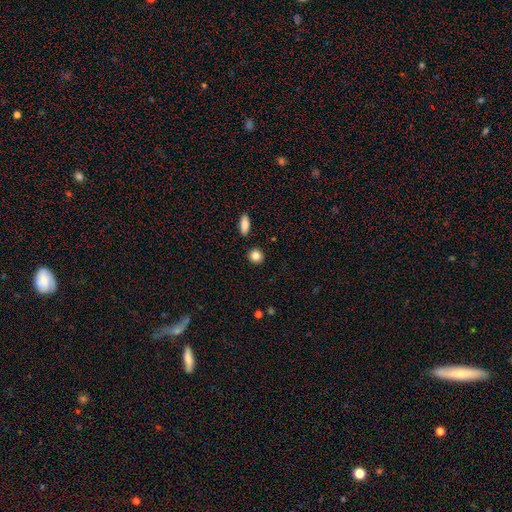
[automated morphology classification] smooth_or_featured: smooth (p=0.86) [alt: star or artifact p=0.09]
how_rounded: round (p=0.85) [alt: in between p=0.14]
merging: none (p=0.89) [alt: minor disturbance p=0.06]